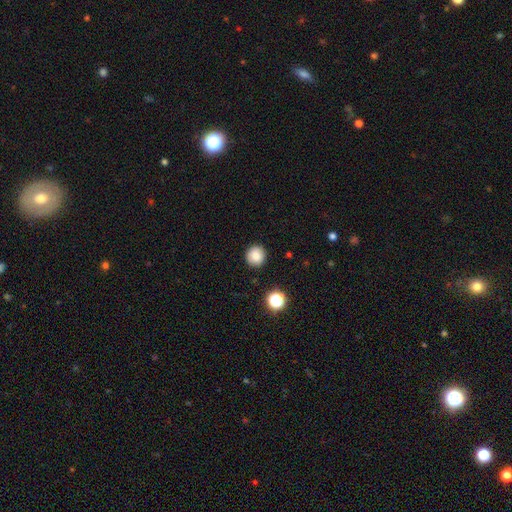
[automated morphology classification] This is clearly a smooth galaxy (84%). How rounded: clearly round (92%). Merging: clearly none (91%).